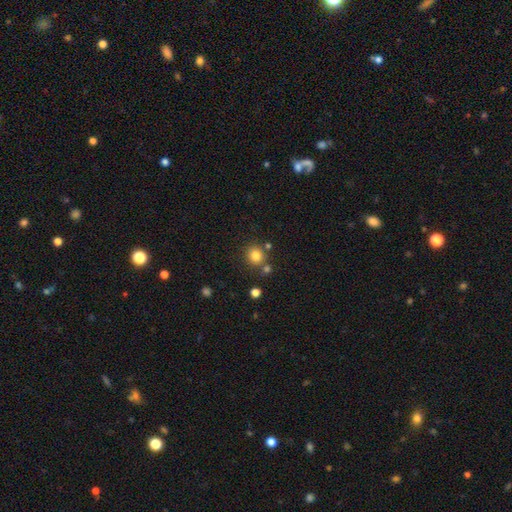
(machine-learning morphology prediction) A smooth galaxy with no disk features (81%) that is round (88%). Merging: none (75%).